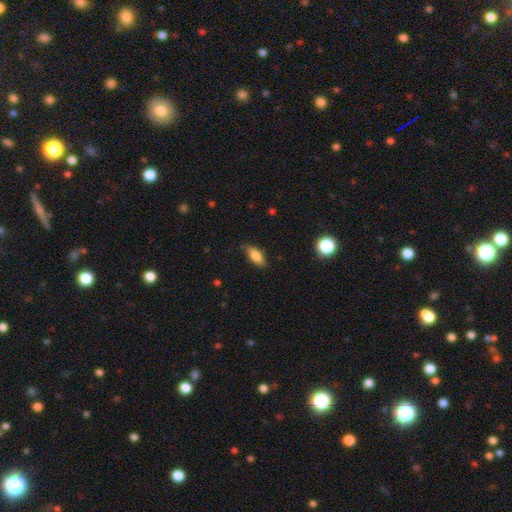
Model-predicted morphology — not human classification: Smooth or featured?
  - smooth: 75% *
  - featured or disk: 17%
  - star or artifact: 8%
How rounded?
  - in between: 78% *
  - cigar-shaped: 18%
  - round: 4%
Merging?
  - none: 78% *
  - minor disturbance: 17%
  - major disturbance: 3%
  - merger: 1%